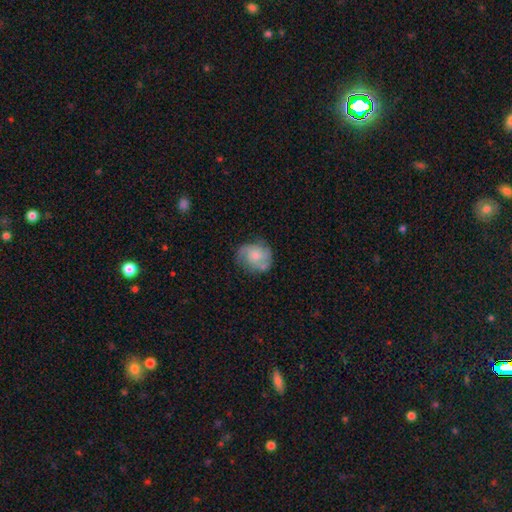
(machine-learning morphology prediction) smooth-or-featured: featured or disk: 53% | smooth: 39% | star or artifact: 7%
  disk-edge-on: no: 98% | yes: 2%
    bar: no: 76% | weak: 21% | strong: 3%
    has-spiral-arms: yes: 82% | no: 18%
    bulge-size: moderate: 42% | small: 41% | none: 9% | large: 6% | dominant: 1%
  merging: none: 61% | minor disturbance: 24% | major disturbance: 10% | merger: 5%